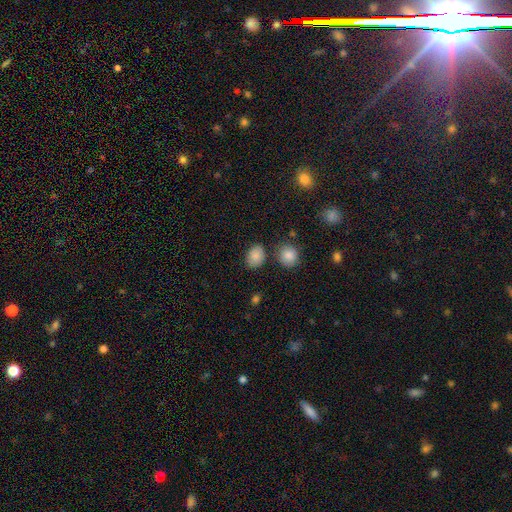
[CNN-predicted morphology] Smooth or featured?
  - smooth: 85% *
  - star or artifact: 9%
  - featured or disk: 5%
How rounded?
  - in between: 67% *
  - round: 32%
  - cigar-shaped: 1%
Merging?
  - none: 76% *
  - minor disturbance: 14%
  - merger: 7%
  - major disturbance: 3%